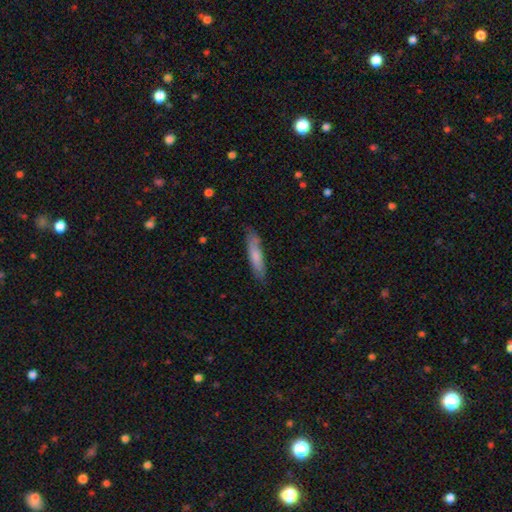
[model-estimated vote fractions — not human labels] The model was most divided on "smooth or featured": smooth: 73%, featured or disk: 21%, star or artifact: 6%. More confident: how rounded — cigar-shaped (82%); merging — none (80%).